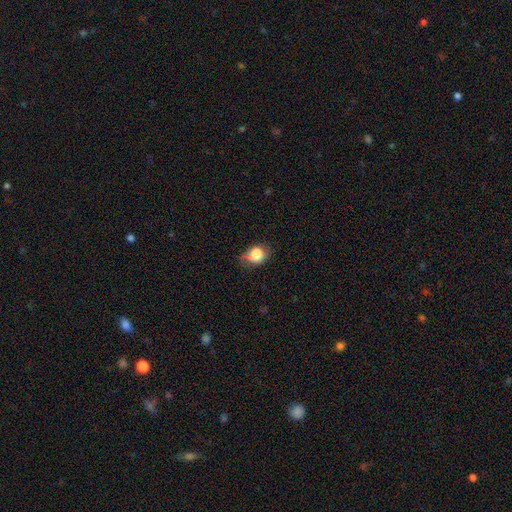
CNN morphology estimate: A smooth galaxy with no disk features (79%) that is in between round and cigar-shaped (60%).

Vote fractions:
- Smooth or featured? smooth: 79% / featured or disk: 11% / star or artifact: 9%
- How rounded? in between: 60% / round: 39% / cigar-shaped: 1%
- Merging? none: 50% / minor disturbance: 36% / major disturbance: 11% / merger: 3%